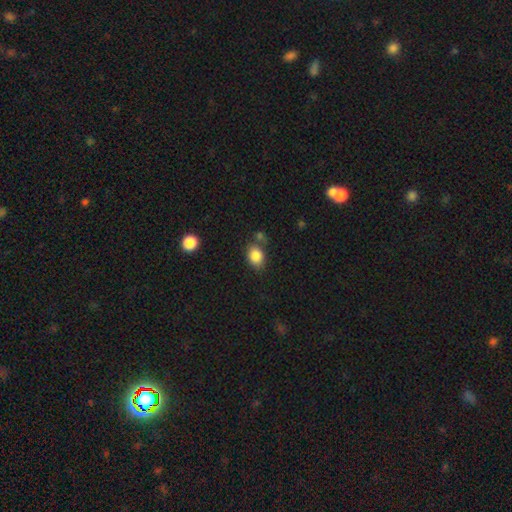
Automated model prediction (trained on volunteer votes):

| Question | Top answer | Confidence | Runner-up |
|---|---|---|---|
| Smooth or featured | smooth | 85% | star or artifact (9%) |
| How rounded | in between | 57% | round (42%) |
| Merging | none | 66% | minor disturbance (17%) |